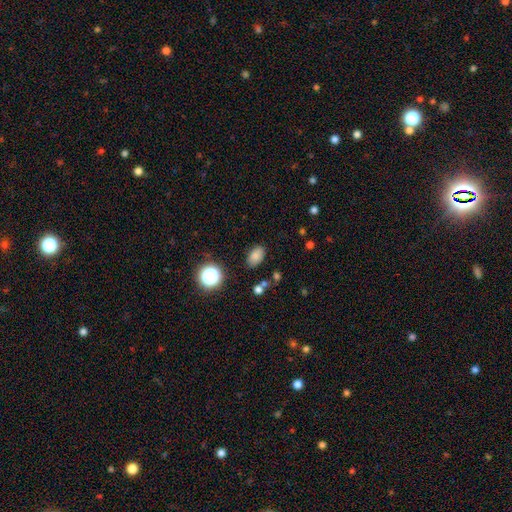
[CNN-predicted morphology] Smooth or featured? Predicted: smooth (p=0.81). How rounded? Predicted: in between (p=0.87). Merging? Predicted: none (p=0.81).